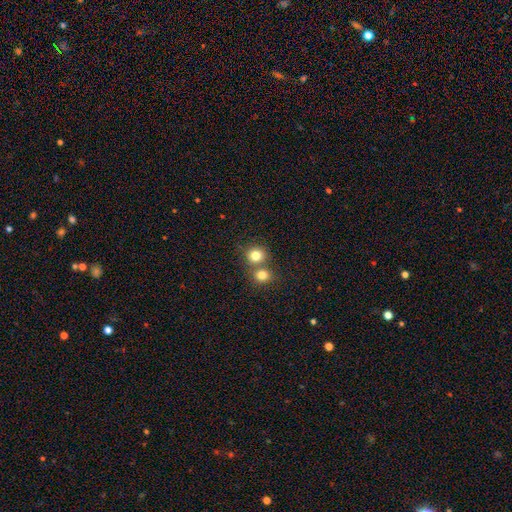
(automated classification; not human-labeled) Q: Smooth or featured?
A: smooth (80%); runner-up: star or artifact (12%)
Q: How rounded?
A: round (85%); runner-up: in between (14%)
Q: Merging?
A: none (52%); runner-up: merger (39%)